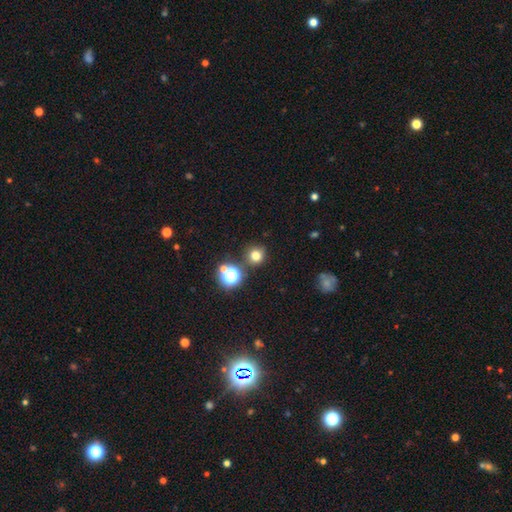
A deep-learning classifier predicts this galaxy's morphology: type=smooth (73%); roundness=round (91%); merging=none (81%).